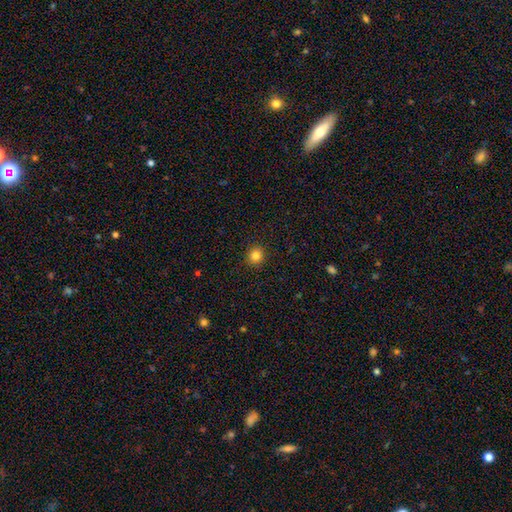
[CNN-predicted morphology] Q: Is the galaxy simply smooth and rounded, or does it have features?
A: smooth — 82%.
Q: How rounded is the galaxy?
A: round — 91%.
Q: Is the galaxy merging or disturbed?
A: none — 92%.